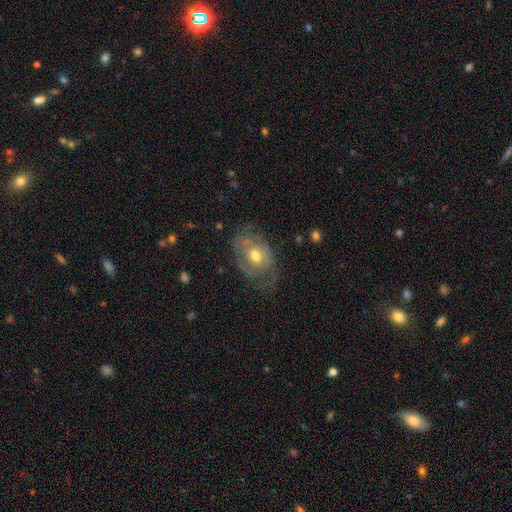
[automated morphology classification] The model was most divided on "merging": none: 48%, minor disturbance: 27%, major disturbance: 23%, merger: 2%. More confident: edge-on disk — no (94%); bulge size — moderate (75%); bar — no (73%); spiral arms — yes (65%); smooth or featured — featured or disk (65%).